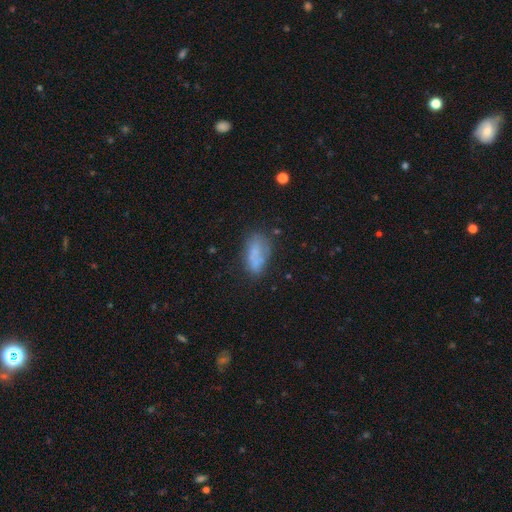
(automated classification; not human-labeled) Overall: smooth (64%; featured or disk 26%). How rounded: in between (84%). Merging: none (50%; minor disturbance 25%).